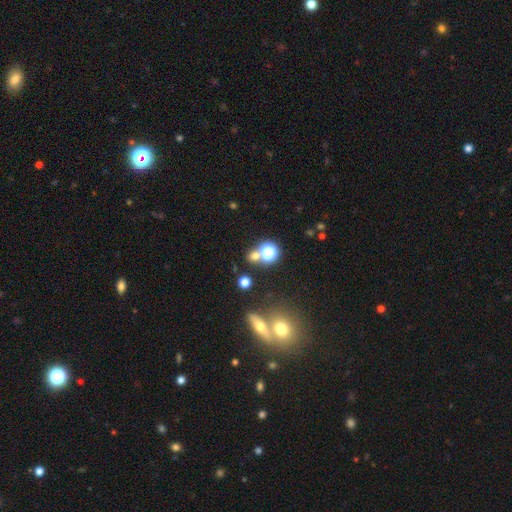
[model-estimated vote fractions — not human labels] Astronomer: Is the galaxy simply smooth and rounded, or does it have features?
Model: smooth — 58%.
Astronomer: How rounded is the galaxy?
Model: round — 77%.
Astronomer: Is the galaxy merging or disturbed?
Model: none — 64%.